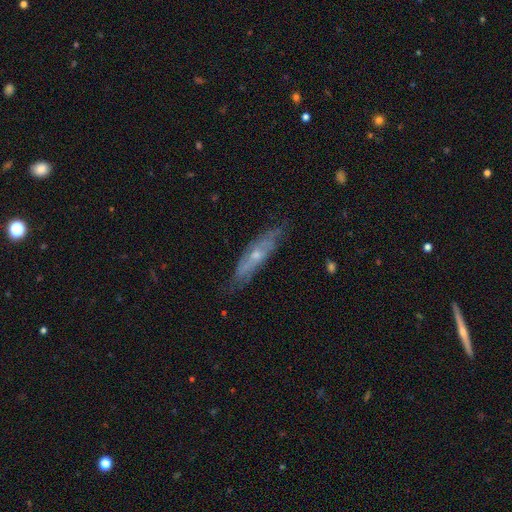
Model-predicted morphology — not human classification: A featured or disk galaxy (65%) viewed edge-on (51%). Merging: none (71%).